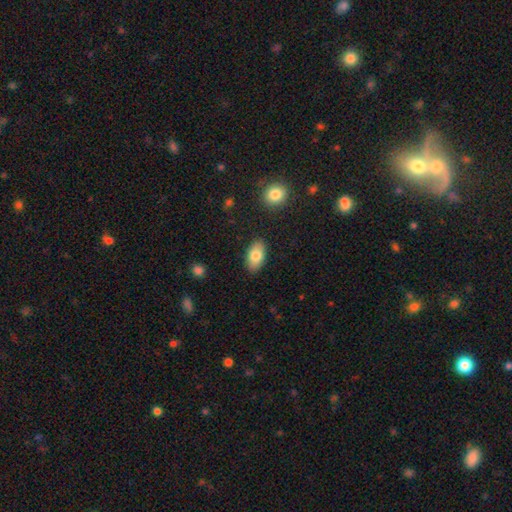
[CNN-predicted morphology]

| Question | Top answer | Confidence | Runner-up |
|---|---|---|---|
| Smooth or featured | smooth | 81% | featured or disk (13%) |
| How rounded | in between | 93% | round (4%) |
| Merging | none | 87% | minor disturbance (9%) |